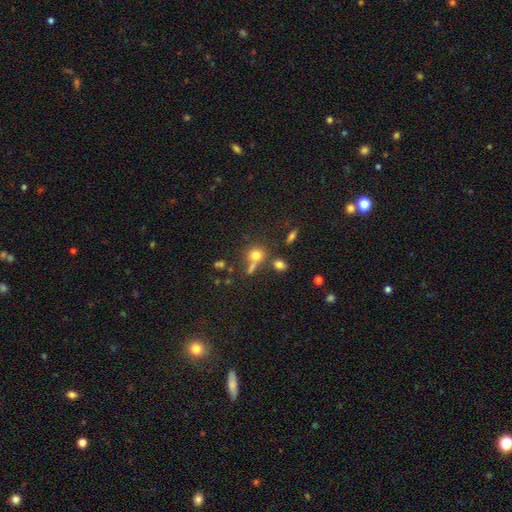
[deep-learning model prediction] Overall: smooth (73%). How rounded: round (80%). Merging: none (55%; merger 27%).